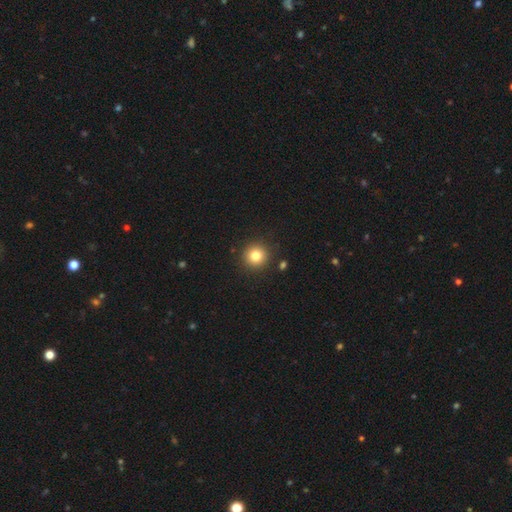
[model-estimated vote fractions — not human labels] A smooth galaxy with no disk features (81%) that is round (94%). Merging: none (90%).